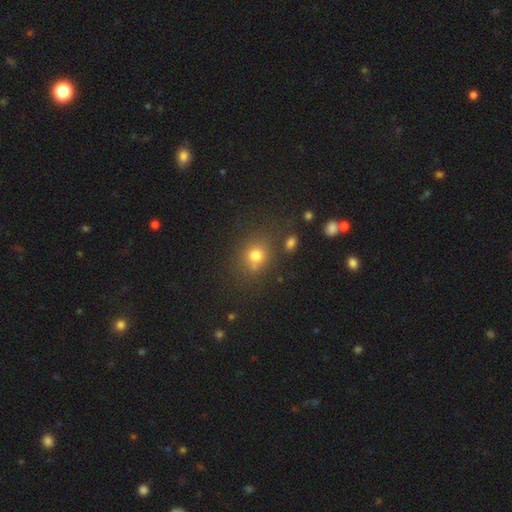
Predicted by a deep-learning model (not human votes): smooth-or-featured: smooth: 74% | star or artifact: 17% | featured or disk: 9%
  how-rounded: round: 74% | in between: 25% | cigar-shaped: 1%
  merging: none: 69% | minor disturbance: 14% | merger: 11% | major disturbance: 6%